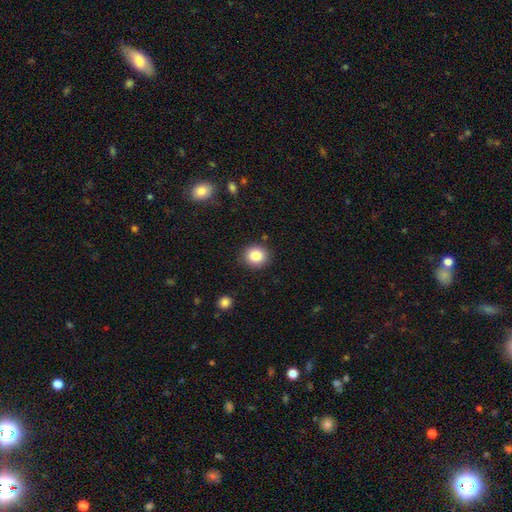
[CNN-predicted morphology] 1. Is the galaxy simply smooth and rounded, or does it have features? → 85% smooth, 10% star or artifact, 6% featured or disk.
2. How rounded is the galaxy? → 83% round, 16% in between, 1% cigar-shaped.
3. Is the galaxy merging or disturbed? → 89% none, 8% minor disturbance, 2% major disturbance, 2% merger.